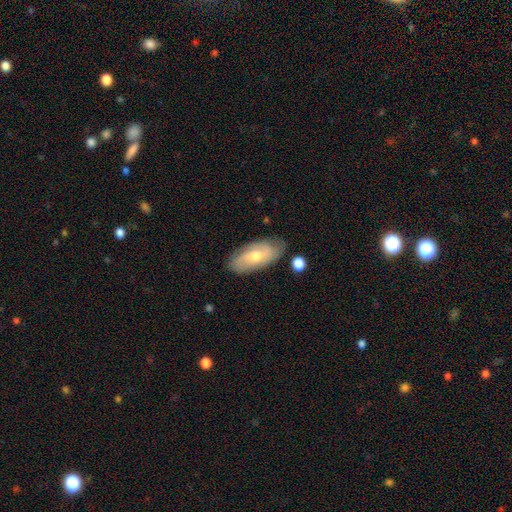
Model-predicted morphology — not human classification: Smooth or featured: featured or disk — 50% (smooth — 43%)
Merging: none — 78% (minor disturbance — 15%)